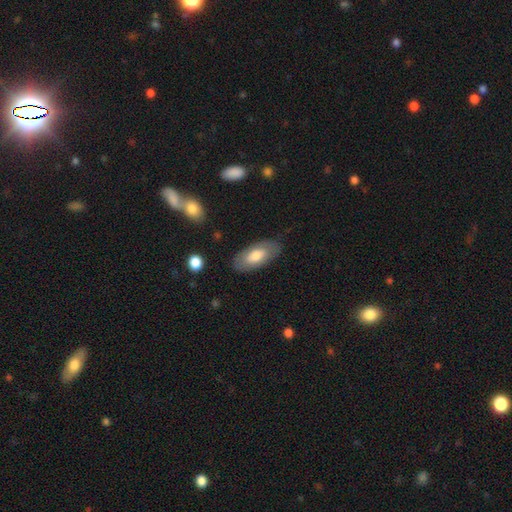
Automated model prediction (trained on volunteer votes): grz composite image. It shows a smooth galaxy with no disk features (68%) that is in between round and cigar-shaped (90%). Merging: none (82%).